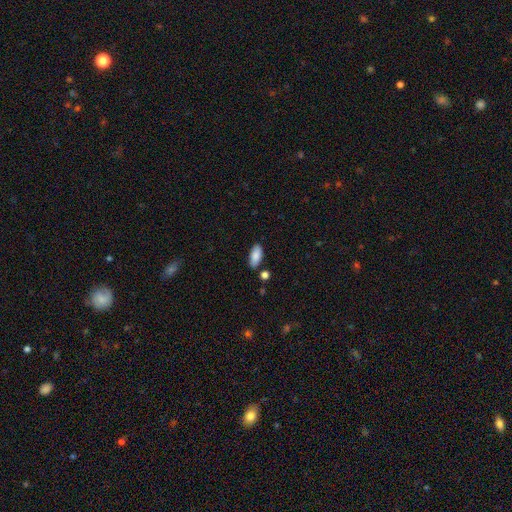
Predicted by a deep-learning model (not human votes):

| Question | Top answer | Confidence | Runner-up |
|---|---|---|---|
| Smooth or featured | smooth | 86% | featured or disk (7%) |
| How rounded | in between | 89% | cigar-shaped (9%) |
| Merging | none | 81% | minor disturbance (12%) |